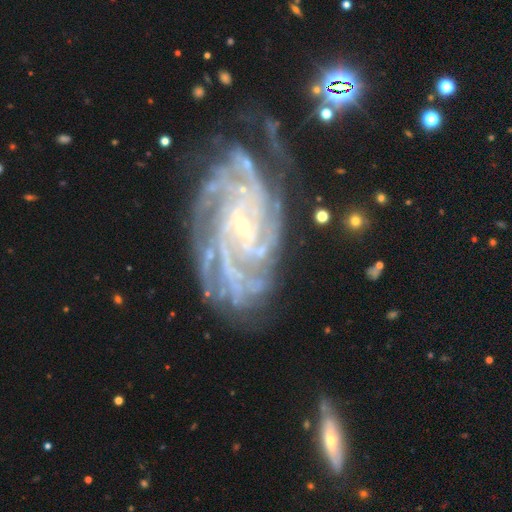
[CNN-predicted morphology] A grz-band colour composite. It shows a featured or disk galaxy (91%) with no bar (48%), 4 (31%) tight (74%) spiral arms (98%) and a small central bulge (80%). Merging: none (72%).